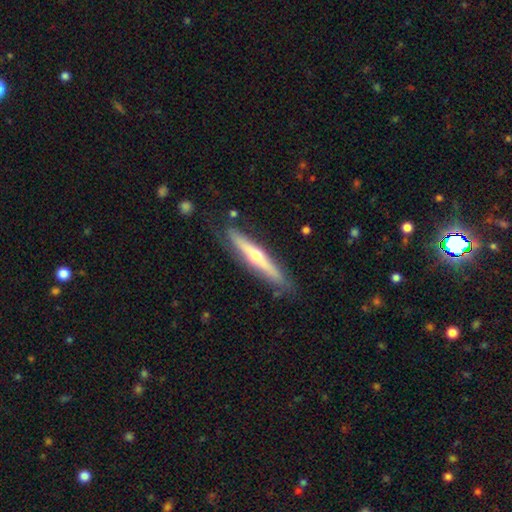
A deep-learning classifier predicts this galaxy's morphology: Smooth or featured? featured or disk (66%)
Edge-on disk? yes (95%)
Edge-on bulge? rounded (86%)
Merging? none (84%)